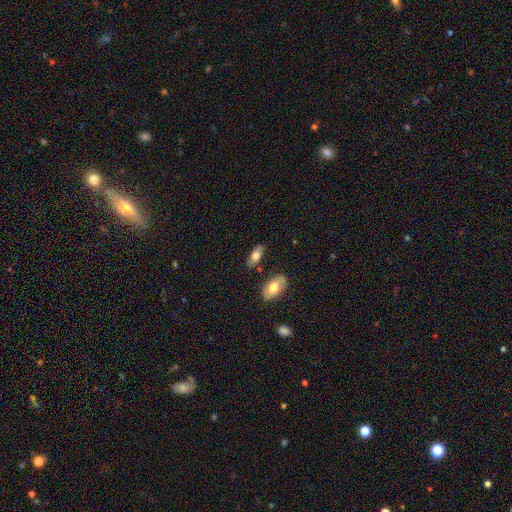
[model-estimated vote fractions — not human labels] This appears to be a smooth galaxy with no disk features (69%) that is in between round and cigar-shaped (83%). Merging: none (78%).